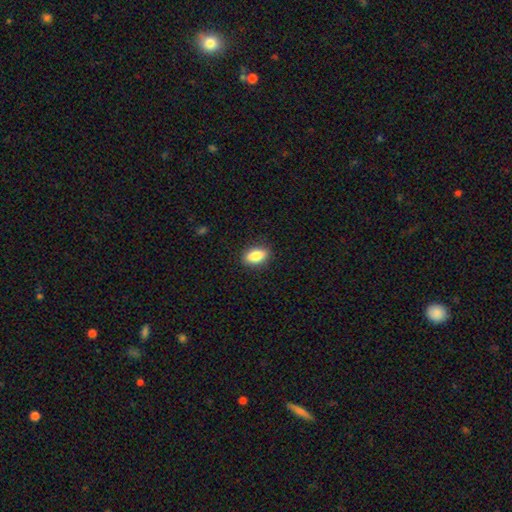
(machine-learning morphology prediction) Smooth or featured: smooth — 85% (star or artifact — 8%)
How rounded: in between — 86% (round — 8%)
Merging: none — 87% (minor disturbance — 9%)